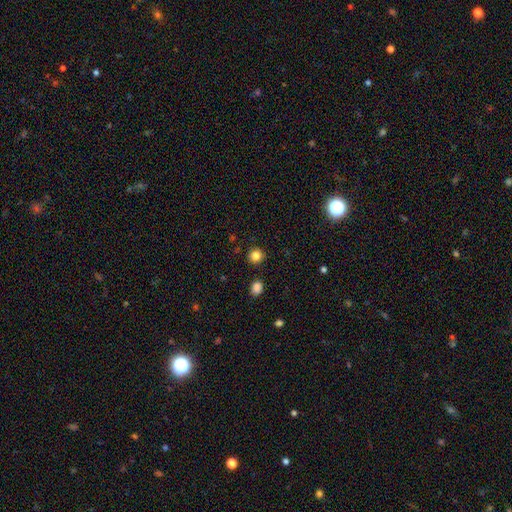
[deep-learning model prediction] A smooth galaxy with no disk features (84%) that is round (91%). Merging: none (90%).